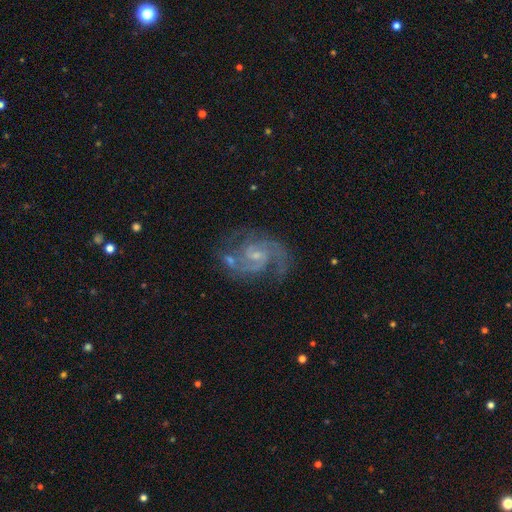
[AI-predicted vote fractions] Smooth or featured? featured or disk (90%)
Edge-on disk? no (98%)
Bar? weak (46%)
Spiral arms? yes (98%)
Spiral winding? medium (58%)
Spiral arm count? 2 (85%)
Bulge size? small (70%)
Merging? none (69%)